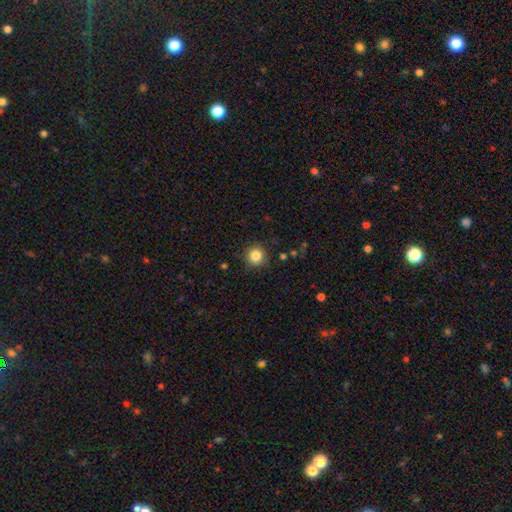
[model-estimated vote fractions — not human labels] Smooth or featured: smooth — 84% (star or artifact — 11%)
How rounded: round — 94% (in between — 5%)
Merging: none — 89% (minor disturbance — 7%)